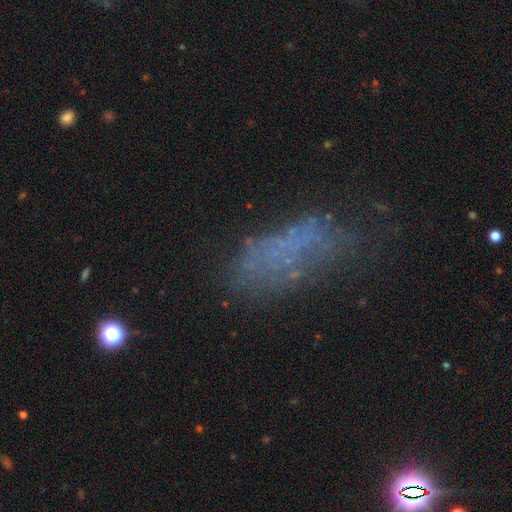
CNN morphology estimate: Smooth or featured: featured or disk — 39% (smooth — 36%)
Merging: none — 46% (major disturbance — 27%)